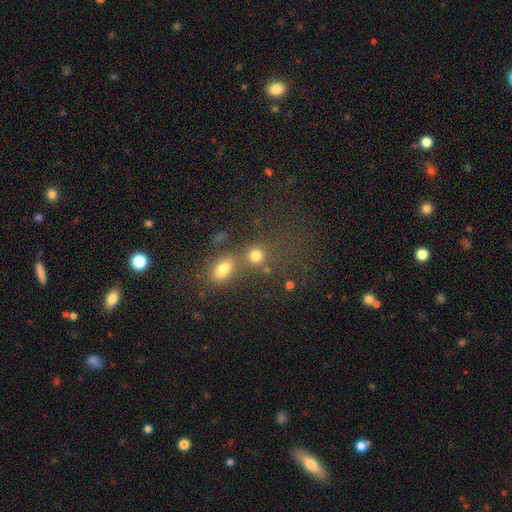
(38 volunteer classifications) This appears to be a smooth galaxy with no disk features (89%) that is round (88%). Merging: none (49%).